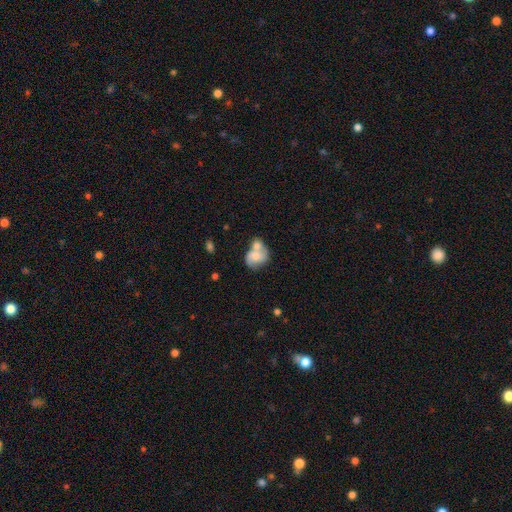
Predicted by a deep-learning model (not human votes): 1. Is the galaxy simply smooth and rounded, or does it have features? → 48% smooth, 44% featured or disk, 8% star or artifact.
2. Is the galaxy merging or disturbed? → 53% merger, 26% none, 14% minor disturbance, 7% major disturbance.